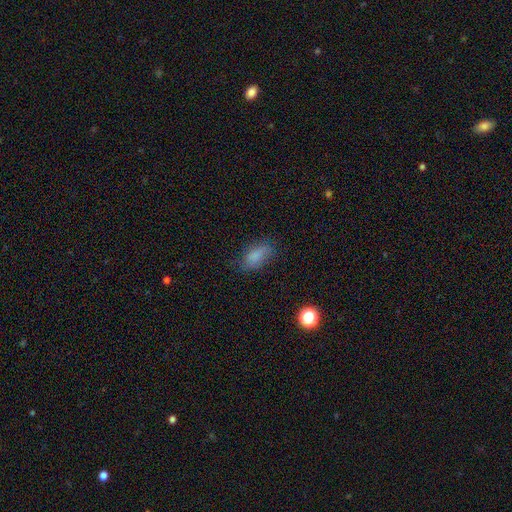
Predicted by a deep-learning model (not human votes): Smooth or featured? smooth (79%)
How rounded? in between (86%)
Merging? none (68%)